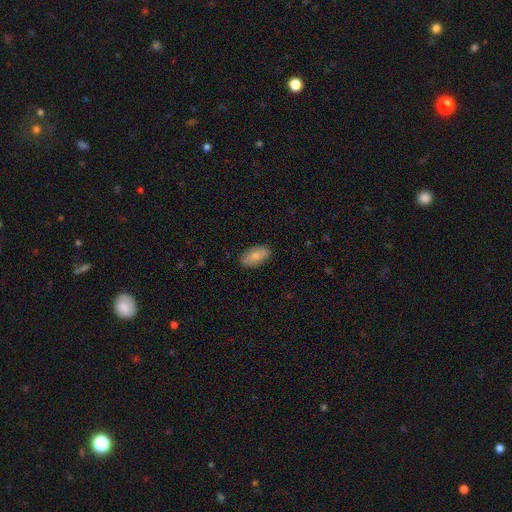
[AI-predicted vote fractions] A smooth galaxy with no disk features (76%) that is in between round and cigar-shaped (92%). Merging: none (85%).